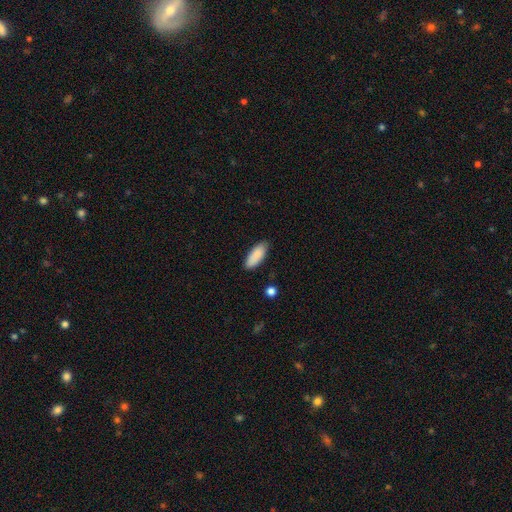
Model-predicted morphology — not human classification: A smooth galaxy with no disk features (89%) that is in between round and cigar-shaped (77%). Merging: none (85%).